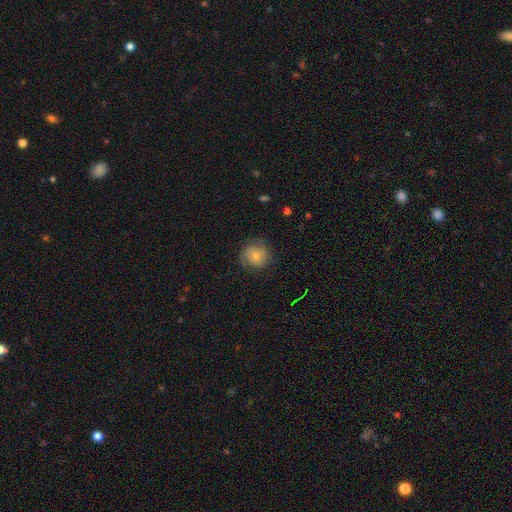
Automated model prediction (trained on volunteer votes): Overall: smooth (58%; featured or disk 34%). How rounded: round (87%). Merging: none (72%).